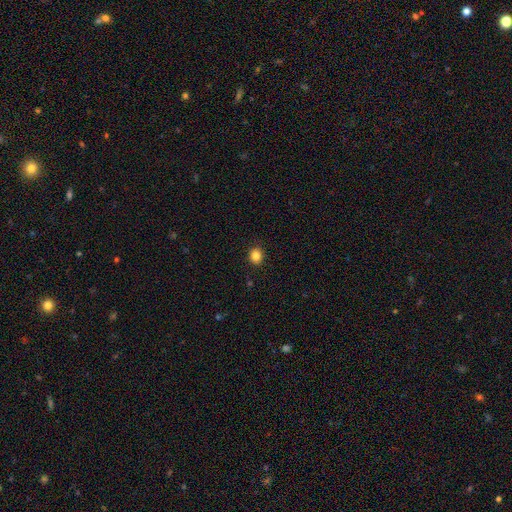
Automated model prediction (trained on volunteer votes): smooth_or_featured: smooth (p=0.85) [alt: star or artifact p=0.11]
how_rounded: round (p=0.74) [alt: in between p=0.25]
merging: none (p=0.90) [alt: minor disturbance p=0.07]